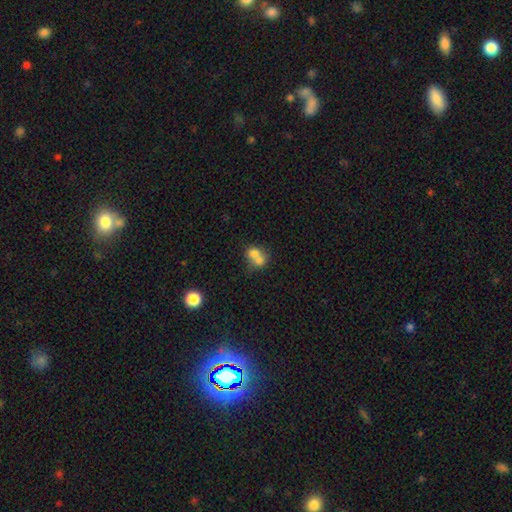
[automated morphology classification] The model was most divided on "how rounded": round: 61%, in between: 37%, cigar-shaped: 1%. More confident: smooth or featured — smooth (71%); merging — merger (69%).